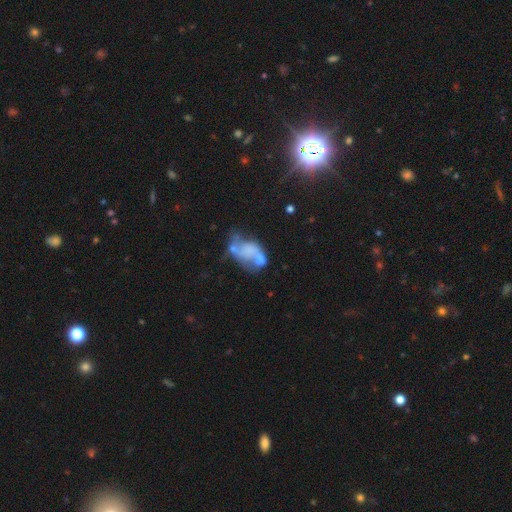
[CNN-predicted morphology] A featured or disk galaxy (51%) with no bar (88%), no spiral arms (81%) and no central bulge (73%).

Vote fractions:
- Smooth or featured? featured or disk: 51% / smooth: 38% / star or artifact: 11%
- Edge-on disk? no: 97% / yes: 3%
- Bar? no: 88% / weak: 9% / strong: 3%
- Spiral arms? no: 81% / yes: 19%
- Bulge size? none: 73% / small: 11% / moderate: 9% / large: 5% / dominant: 2%
- Merging? merger: 37% / major disturbance: 26% / none: 20% / minor disturbance: 16%